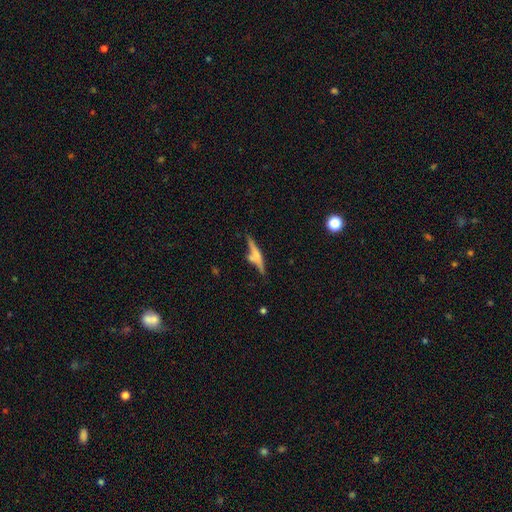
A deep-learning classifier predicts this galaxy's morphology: featured or disk 55%, smooth 37%, star or artifact 7%. Down the decision tree: edge-on disk — yes (93%); edge-on bulge — rounded (66%); merging — none (61%).